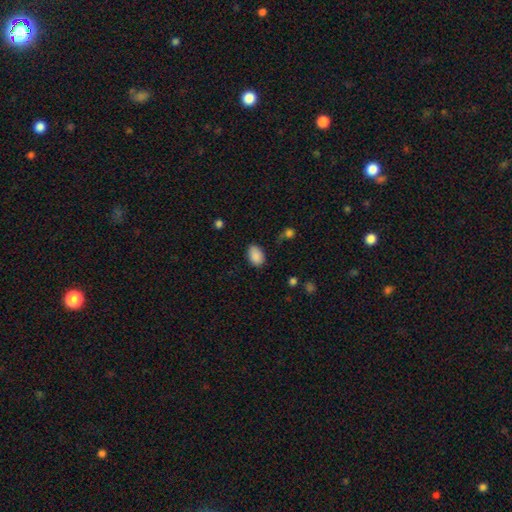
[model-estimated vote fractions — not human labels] smooth_or_featured: smooth (p=0.88) [alt: star or artifact p=0.08]
how_rounded: in between (p=0.86) [alt: round p=0.13]
merging: none (p=0.76) [alt: minor disturbance p=0.18]